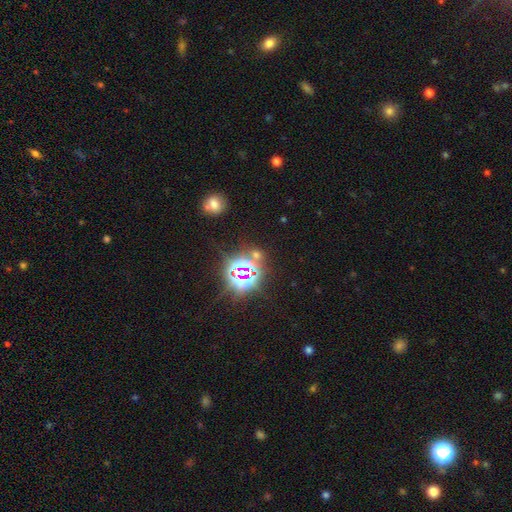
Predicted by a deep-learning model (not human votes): Smooth or featured? Predicted: star or artifact (p=0.72).